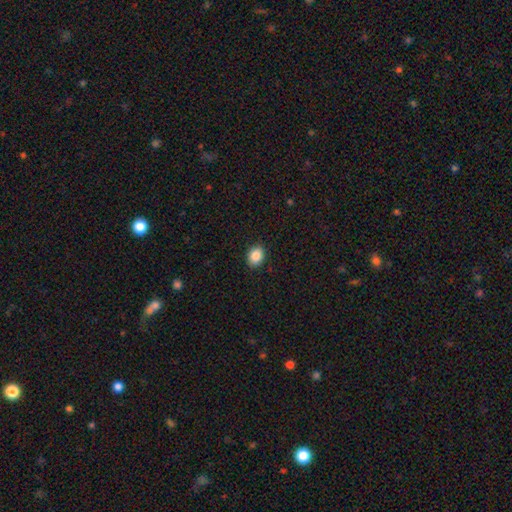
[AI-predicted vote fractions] smooth_or_featured: smooth (p=0.87) [alt: star or artifact p=0.09]
how_rounded: in between (p=0.59) [alt: round p=0.40]
merging: none (p=0.90) [alt: minor disturbance p=0.07]